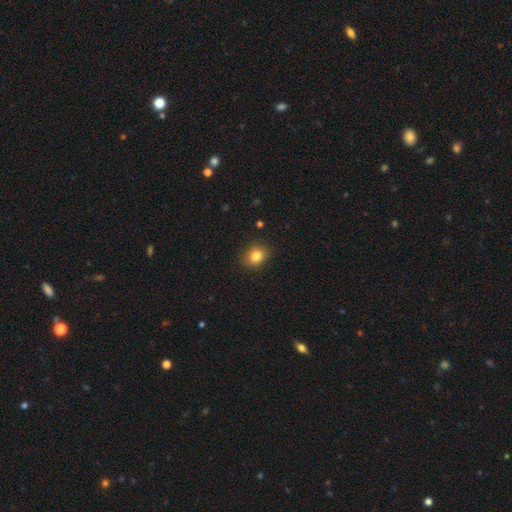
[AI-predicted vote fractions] Smooth or featured? Predicted: smooth (p=0.83). How rounded? Predicted: round (p=0.51). Merging? Predicted: none (p=0.88).